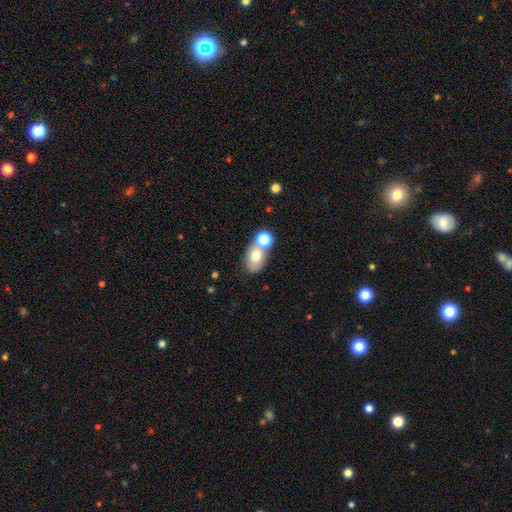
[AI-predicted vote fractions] This appears to be a smooth galaxy with no disk features (71%) that is in between round and cigar-shaped (74%). Merging: merger (46%).